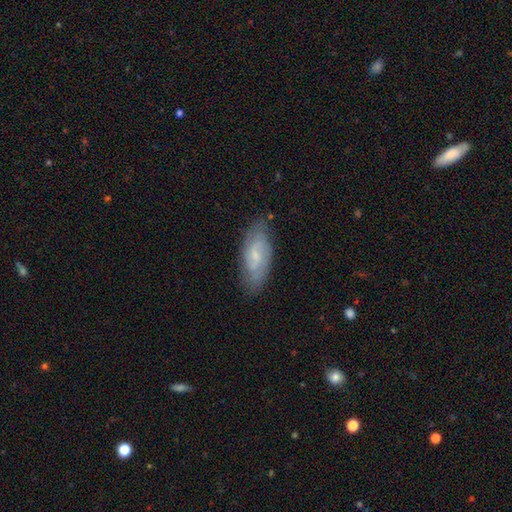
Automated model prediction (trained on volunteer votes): Smooth or featured?
  - featured or disk: 62% *
  - smooth: 31%
  - star or artifact: 7%
Edge-on disk?
  - no: 90% *
  - yes: 10%
Bar?
  - weak: 51% *
  - no: 38%
  - strong: 10%
Spiral arms?
  - yes: 86% *
  - no: 14%
Bulge size?
  - small: 65% *
  - moderate: 23%
  - none: 9%
  - large: 1%
  - dominant: 1%
Merging?
  - none: 77% *
  - minor disturbance: 17%
  - major disturbance: 4%
  - merger: 1%